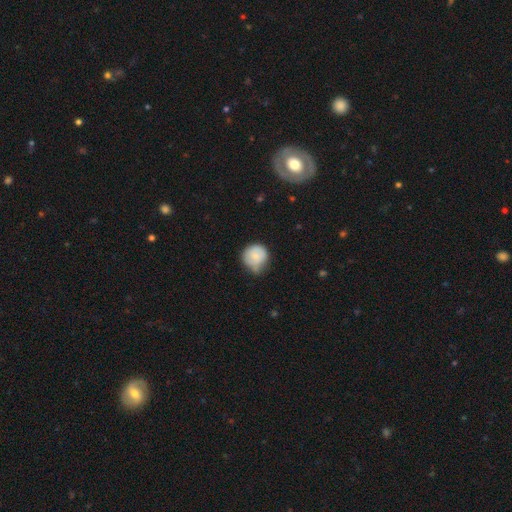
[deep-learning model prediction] A smooth galaxy with no disk features (80%) that is round (88%). Merging: none (45%).